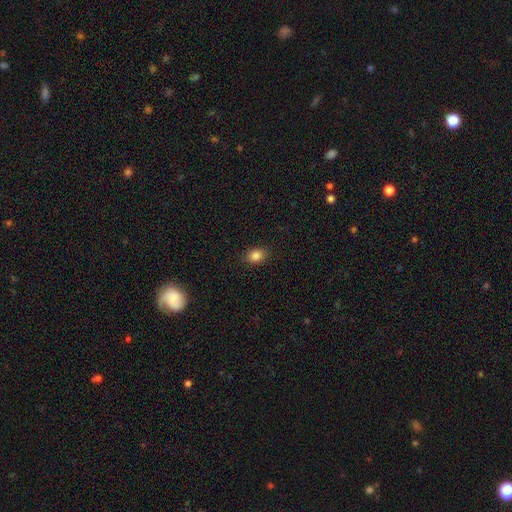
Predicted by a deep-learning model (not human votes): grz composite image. It shows a smooth galaxy with no disk features (84%) that is in between round and cigar-shaped (57%). Merging: none (87%).